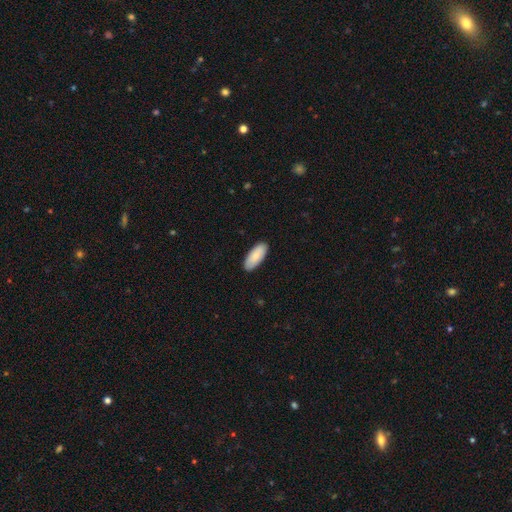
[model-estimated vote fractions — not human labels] Smooth or featured? Predicted: smooth (p=0.83). How rounded? Predicted: in between (p=0.88). Merging? Predicted: none (p=0.89).